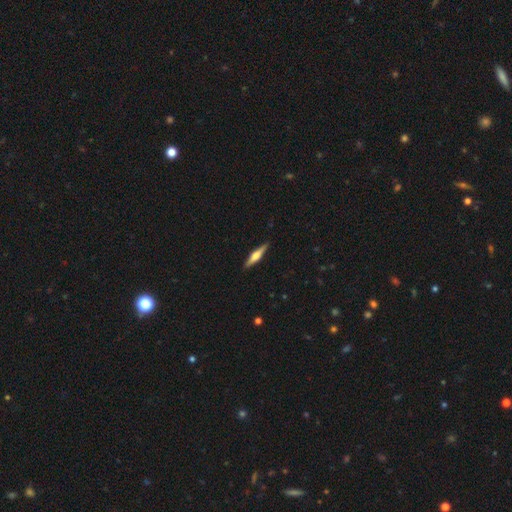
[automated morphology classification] This appears to be a featured or disk galaxy (63%) viewed edge-on (97%) with a rounded central bulge (82%). Merging: none (90%).